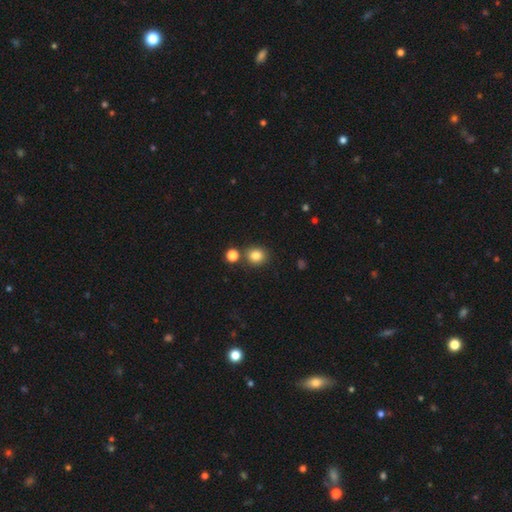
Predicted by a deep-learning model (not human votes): A smooth galaxy with no disk features (83%) that is round (79%).

Vote fractions:
- Smooth or featured? smooth: 83% / star or artifact: 12% / featured or disk: 5%
- How rounded? round: 79% / in between: 20% / cigar-shaped: 1%
- Merging? none: 76% / merger: 12% / minor disturbance: 9% / major disturbance: 3%